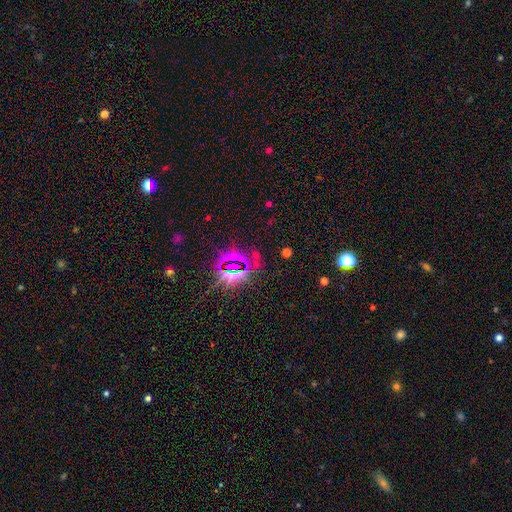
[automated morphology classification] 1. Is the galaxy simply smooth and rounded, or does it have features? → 75% star or artifact, 16% smooth, 9% featured or disk.